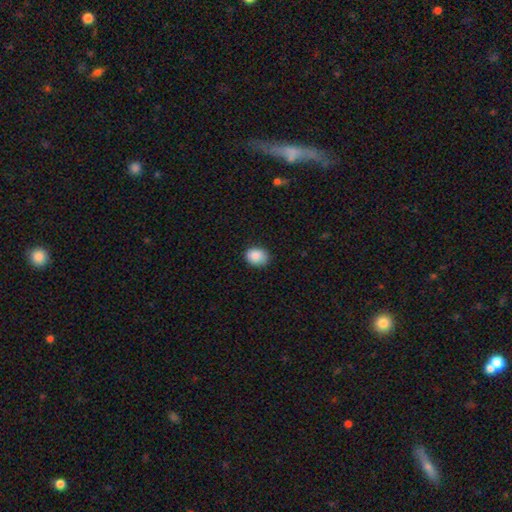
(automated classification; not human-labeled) A smooth galaxy with no disk features (87%) that is in between round and cigar-shaped (57%). Merging: none (82%).